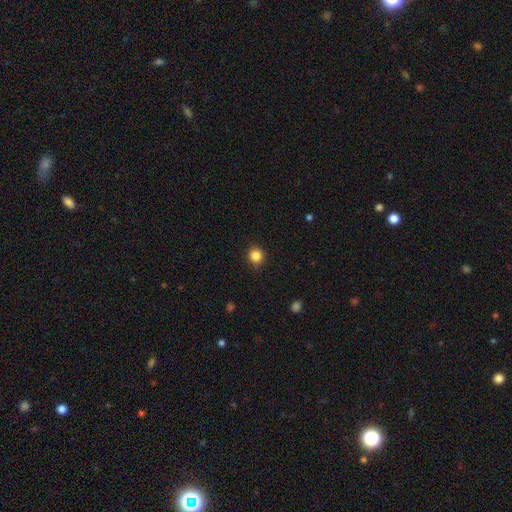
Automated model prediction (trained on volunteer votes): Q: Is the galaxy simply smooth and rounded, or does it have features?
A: smooth — 85%.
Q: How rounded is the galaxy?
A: round — 90%.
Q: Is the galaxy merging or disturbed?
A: none — 90%.